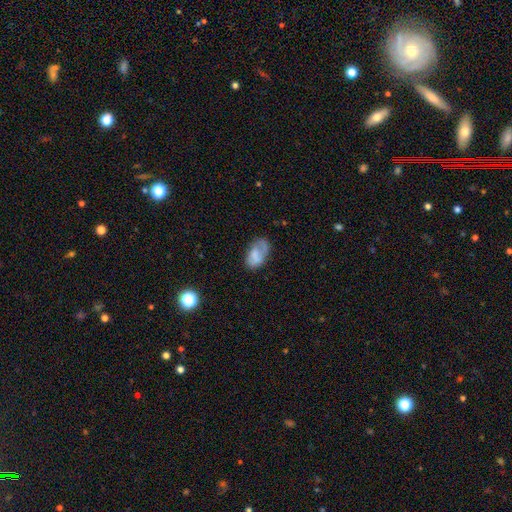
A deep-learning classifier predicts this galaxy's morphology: Q: Smooth or featured?
A: smooth (66%); runner-up: featured or disk (26%)
Q: How rounded?
A: in between (92%); runner-up: round (6%)
Q: Merging?
A: none (51%); runner-up: minor disturbance (30%)